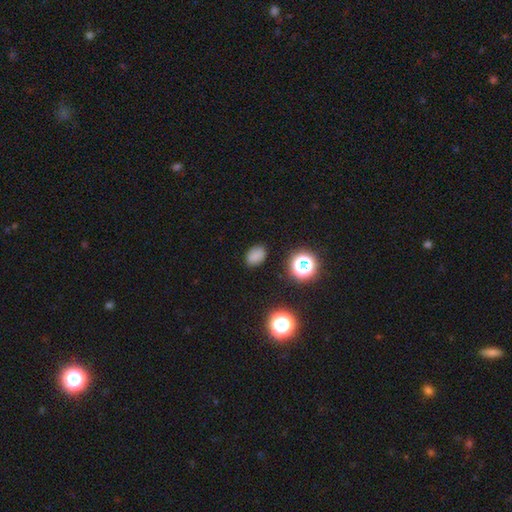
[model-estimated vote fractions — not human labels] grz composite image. It shows a smooth galaxy with no disk features (78%) that is in between round and cigar-shaped (76%). Merging: none (85%).